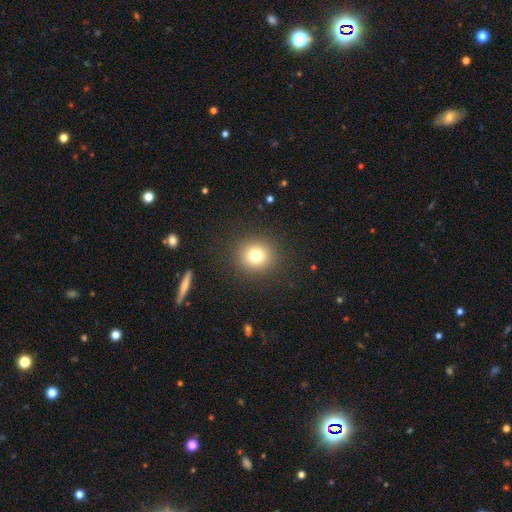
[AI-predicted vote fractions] A smooth galaxy with no disk features (77%) that is round (90%). Merging: none (90%).